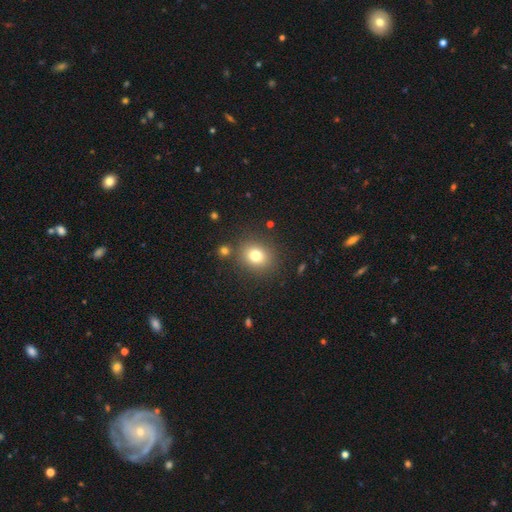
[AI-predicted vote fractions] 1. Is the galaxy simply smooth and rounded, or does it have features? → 77% smooth, 13% star or artifact, 9% featured or disk.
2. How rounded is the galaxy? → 70% round, 29% in between, 1% cigar-shaped.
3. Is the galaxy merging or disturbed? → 84% none, 9% minor disturbance, 4% merger, 3% major disturbance.